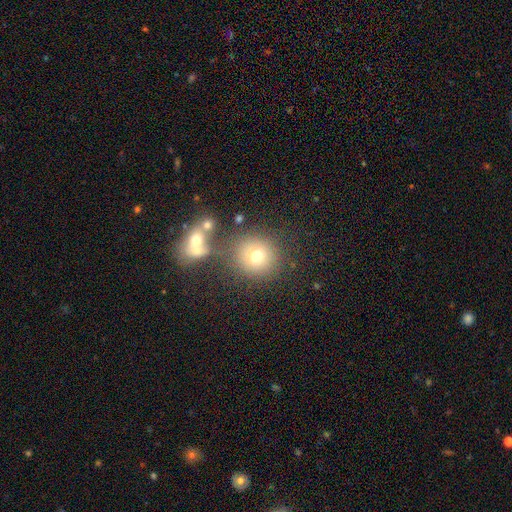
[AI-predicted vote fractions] Q: Smooth or featured?
A: smooth (73%); runner-up: star or artifact (14%)
Q: How rounded?
A: round (90%); runner-up: in between (10%)
Q: Merging?
A: none (73%); runner-up: merger (11%)